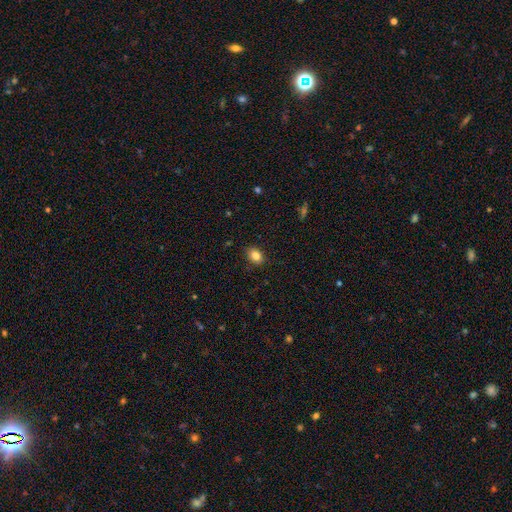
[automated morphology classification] Smooth or featured? Predicted: smooth (p=0.85). How rounded? Predicted: in between (p=0.68). Merging? Predicted: none (p=0.87).